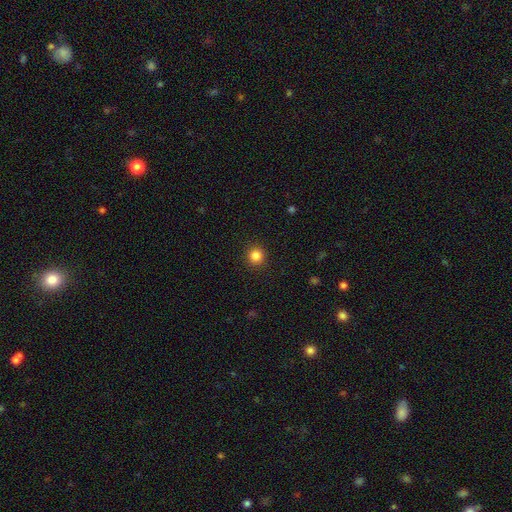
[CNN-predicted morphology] Smooth or featured? Predicted: smooth (p=0.84). How rounded? Predicted: round (p=0.94). Merging? Predicted: none (p=0.92).